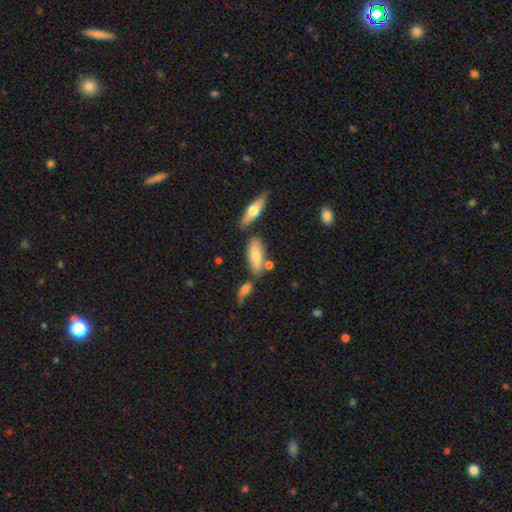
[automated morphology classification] The model was most divided on "smooth or featured": smooth: 64%, featured or disk: 28%, star or artifact: 7%. More confident: how rounded — in between (69%); merging — none (65%).